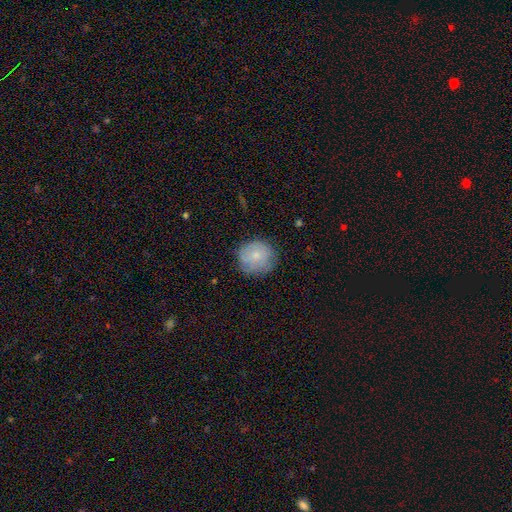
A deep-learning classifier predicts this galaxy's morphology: A smooth galaxy with no disk features (75%) that is round (92%). Merging: none (79%).